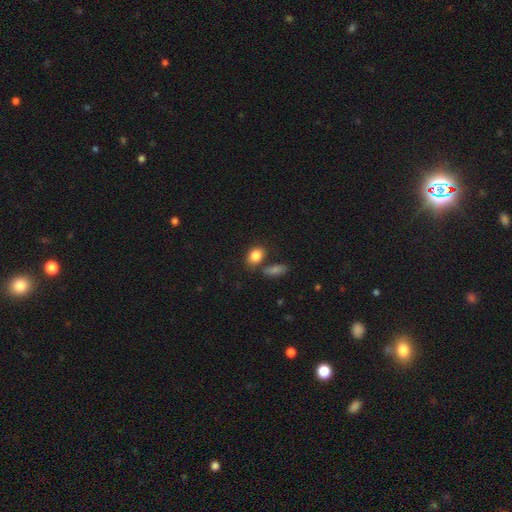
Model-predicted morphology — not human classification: A smooth galaxy with no disk features (85%) that is in between round and cigar-shaped (73%). Merging: none (61%).